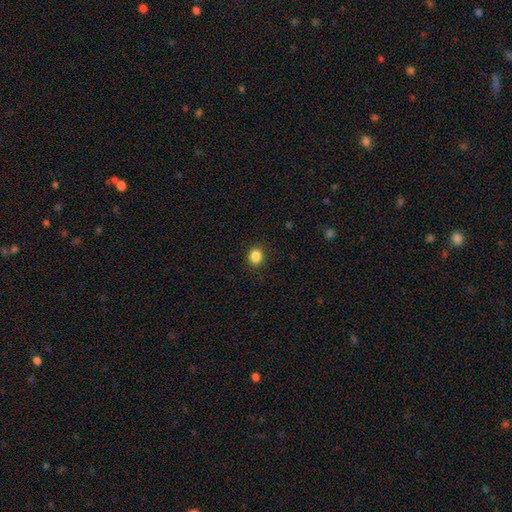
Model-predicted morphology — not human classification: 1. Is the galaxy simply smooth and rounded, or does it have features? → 86% smooth, 10% star or artifact, 3% featured or disk.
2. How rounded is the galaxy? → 76% round, 23% in between, 1% cigar-shaped.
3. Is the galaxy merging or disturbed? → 88% none, 8% minor disturbance, 2% major disturbance, 1% merger.